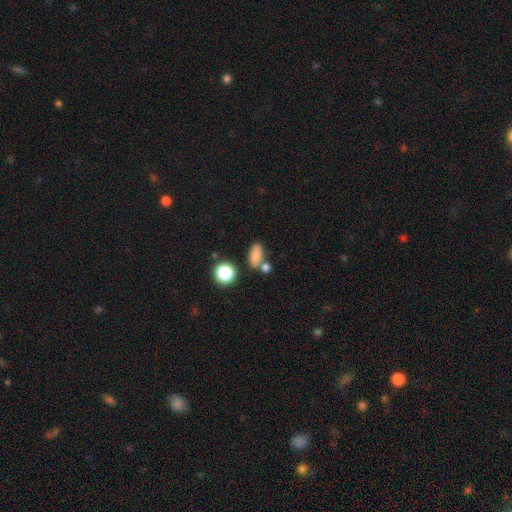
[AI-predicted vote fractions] Smooth or featured? smooth (78%)
How rounded? in between (79%)
Merging? none (57%)